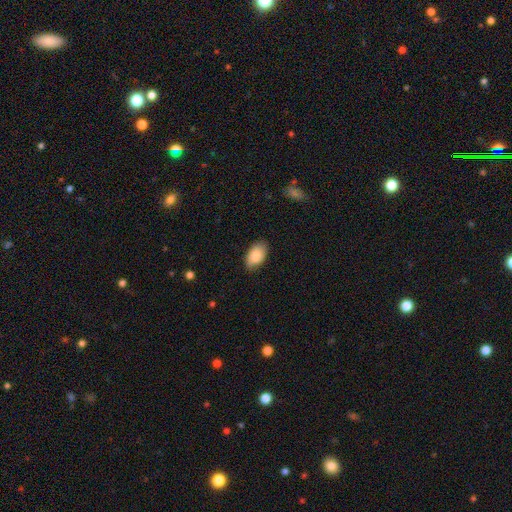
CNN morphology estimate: Smooth or featured? Predicted: smooth (p=0.85). How rounded? Predicted: in between (p=0.93). Merging? Predicted: none (p=0.82).